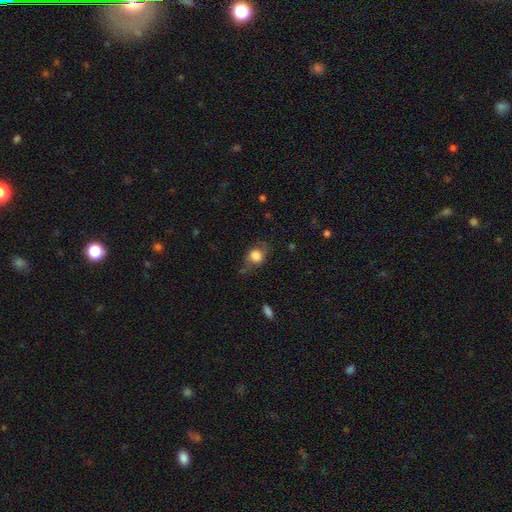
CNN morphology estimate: Smooth or featured?
  - smooth: 77% *
  - featured or disk: 14%
  - star or artifact: 9%
How rounded?
  - round: 57% *
  - in between: 41%
  - cigar-shaped: 2%
Merging?
  - none: 59% *
  - minor disturbance: 26%
  - major disturbance: 12%
  - merger: 3%